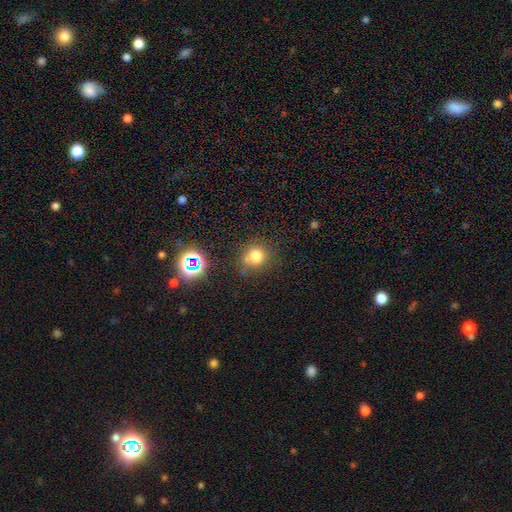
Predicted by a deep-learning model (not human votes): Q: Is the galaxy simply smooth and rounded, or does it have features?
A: smooth — 74%.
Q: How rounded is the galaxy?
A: round — 82%.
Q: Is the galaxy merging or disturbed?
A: none — 67%.